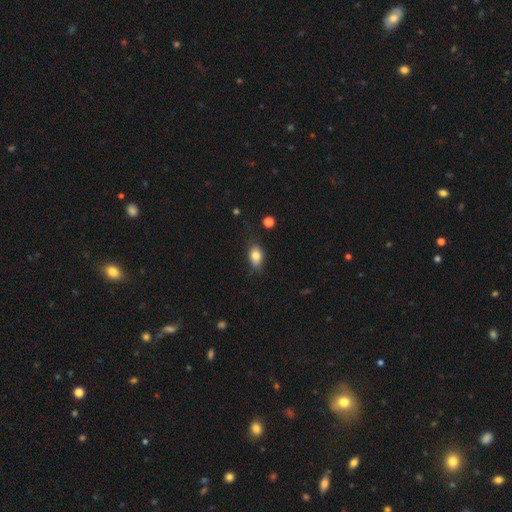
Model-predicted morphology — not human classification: Overall: smooth (81%). How rounded: in between (83%). Merging: none (71%).